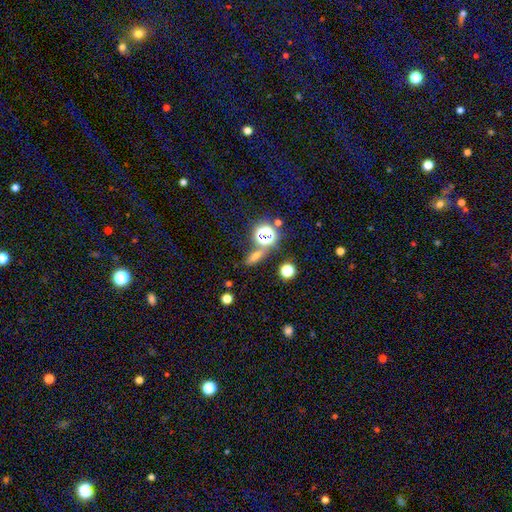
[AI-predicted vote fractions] smooth 56%, star or artifact 30%, featured or disk 14%. Down the decision tree: how rounded — in between (56%); merging — none (72%).